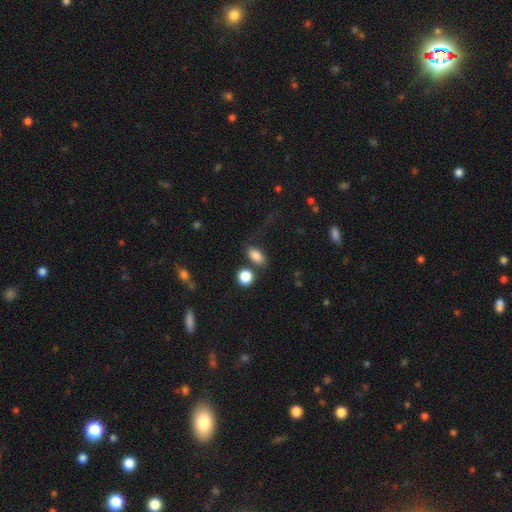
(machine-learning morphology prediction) Smooth or featured? smooth (85%)
How rounded? in between (83%)
Merging? none (63%)